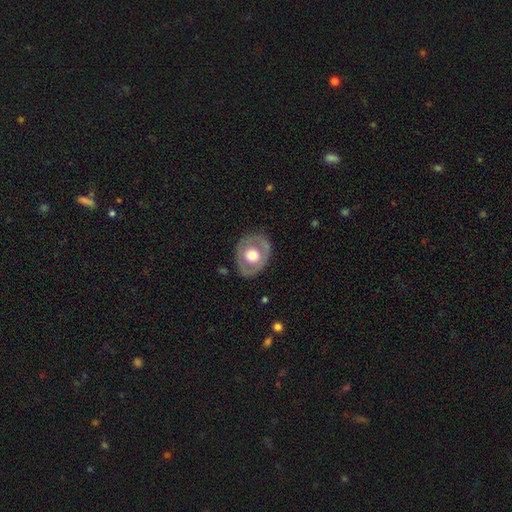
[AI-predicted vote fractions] smooth_or_featured: featured or disk (p=0.54) [alt: smooth p=0.40]
disk_edge_on: no (p=0.93) [alt: yes p=0.07]
bar: no (p=0.86) [alt: weak p=0.11]
has_spiral_arms: no (p=0.83) [alt: yes p=0.17]
bulge_size: moderate (p=0.52) [alt: large p=0.42]
merging: none (p=0.80) [alt: minor disturbance p=0.14]